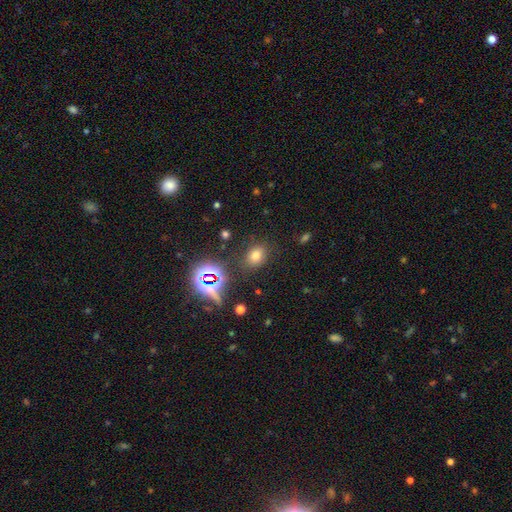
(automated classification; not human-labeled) smooth 66%, star or artifact 25%, featured or disk 9%. Down the decision tree: how rounded — in between (60%); merging — none (82%).